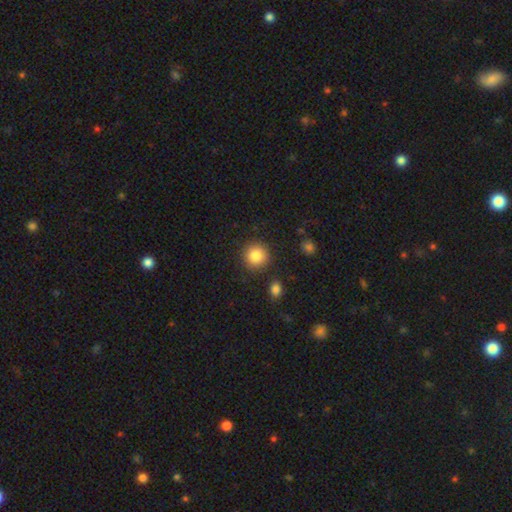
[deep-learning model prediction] A smooth galaxy with no disk features (86%) that is round (93%). Merging: none (88%).